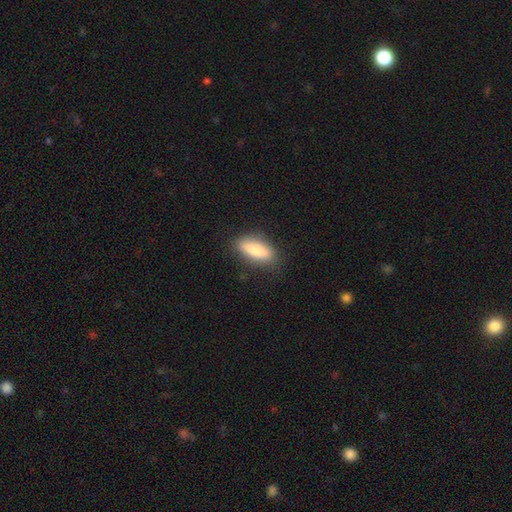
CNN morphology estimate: smooth_or_featured: smooth (p=0.80) [alt: featured or disk p=0.12]
how_rounded: in between (p=0.68) [alt: cigar-shaped p=0.29]
merging: none (p=0.84) [alt: minor disturbance p=0.13]